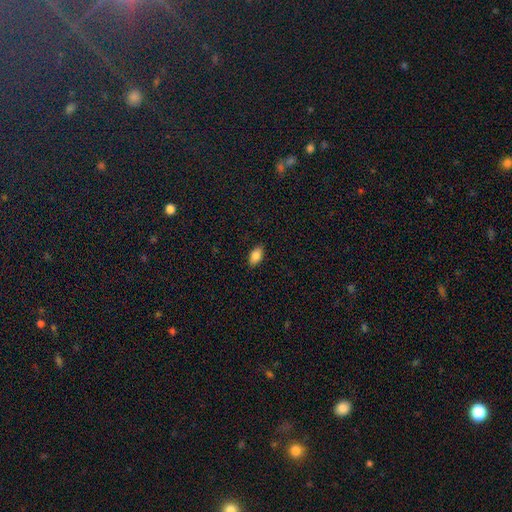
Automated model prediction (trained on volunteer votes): The model was most divided on "smooth or featured": smooth: 86%, star or artifact: 8%, featured or disk: 7%. More confident: how rounded — in between (92%); merging — none (89%).